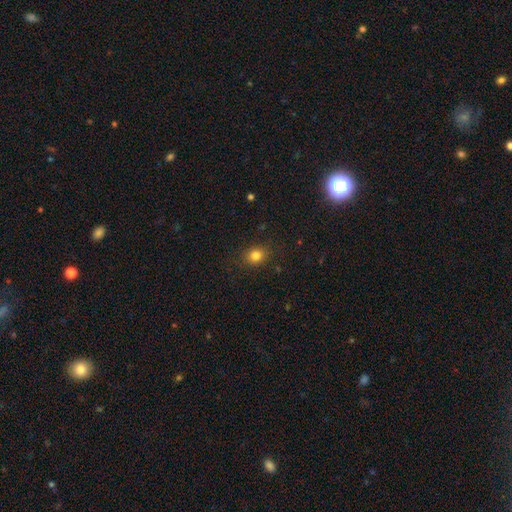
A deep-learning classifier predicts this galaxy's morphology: This is clearly a smooth galaxy (82%). How rounded: likely round (62%). Merging: clearly none (86%).